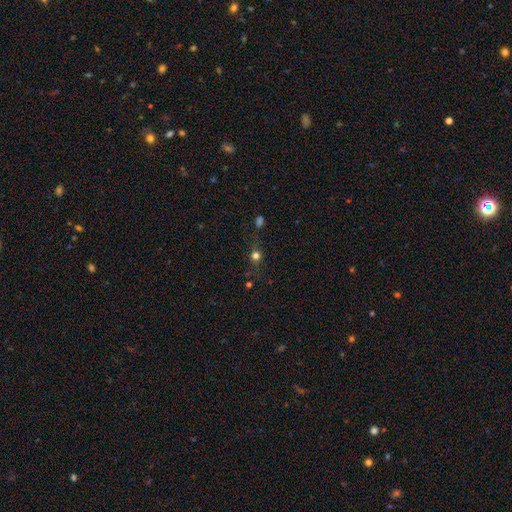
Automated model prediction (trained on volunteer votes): This is possibly a smooth galaxy (55%). How rounded: clearly round (81%). Merging: likely none (75%).